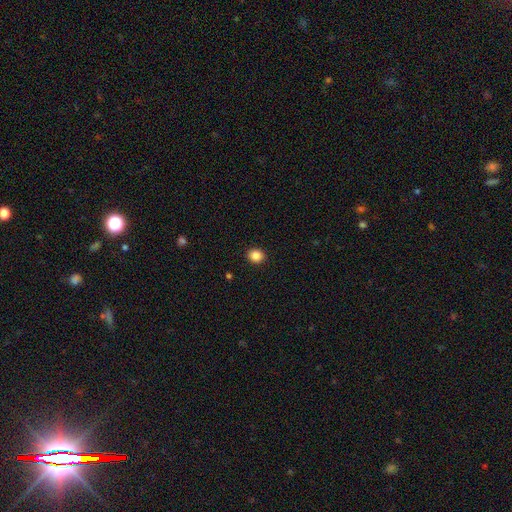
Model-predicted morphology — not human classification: This appears to be a smooth galaxy with no disk features (87%) that is round (76%). Merging: none (92%).